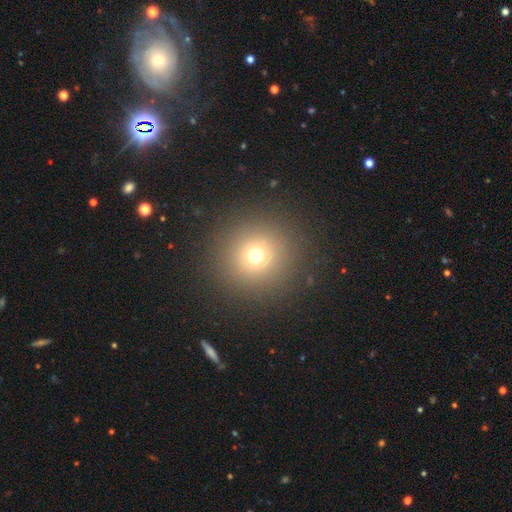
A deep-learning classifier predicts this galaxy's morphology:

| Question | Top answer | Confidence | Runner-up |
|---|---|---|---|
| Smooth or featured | smooth | 70% | star or artifact (20%) |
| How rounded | round | 95% | in between (4%) |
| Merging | none | 89% | minor disturbance (6%) |